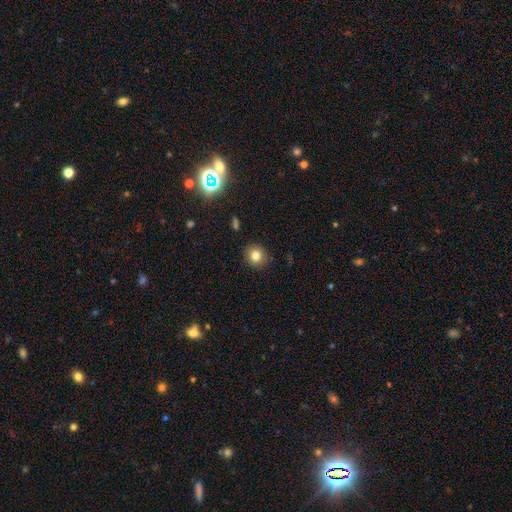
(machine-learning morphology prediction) smooth_or_featured: smooth (p=0.80) [alt: star or artifact p=0.12]
how_rounded: round (p=0.86) [alt: in between p=0.13]
merging: none (p=0.89) [alt: minor disturbance p=0.07]